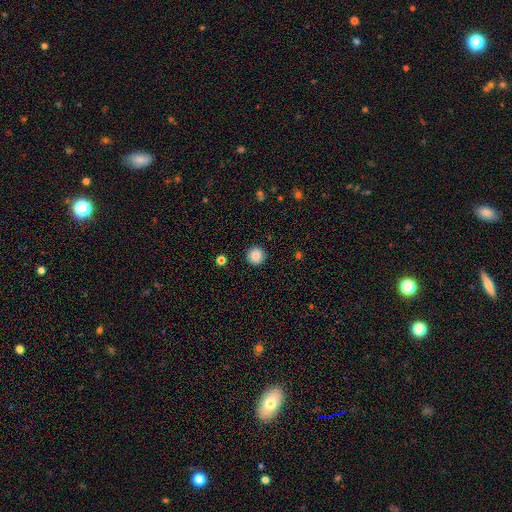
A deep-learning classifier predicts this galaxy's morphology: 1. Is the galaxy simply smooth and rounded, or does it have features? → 88% smooth, 9% star or artifact, 3% featured or disk.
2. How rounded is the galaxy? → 96% round, 3% in between, 1% cigar-shaped.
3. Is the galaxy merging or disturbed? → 93% none, 5% minor disturbance, 2% major disturbance, 1% merger.